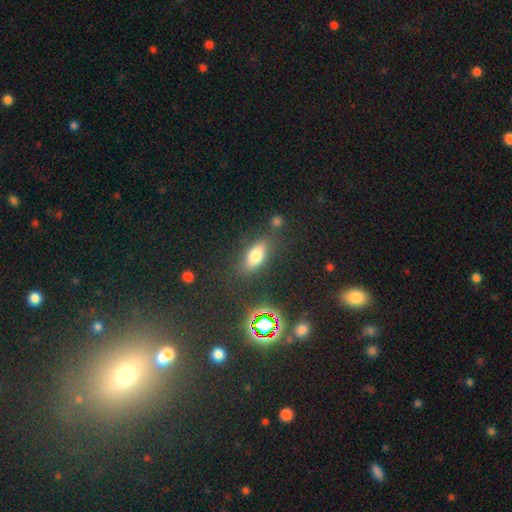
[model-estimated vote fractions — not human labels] Morphology: type=smooth (72%); roundness=in between (77%); merging=none (77%).